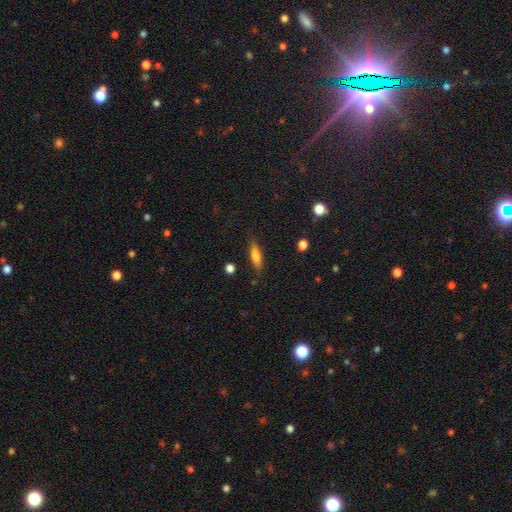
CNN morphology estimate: A smooth galaxy with no disk features (66%) that is cigar-shaped (63%). Merging: none (81%).